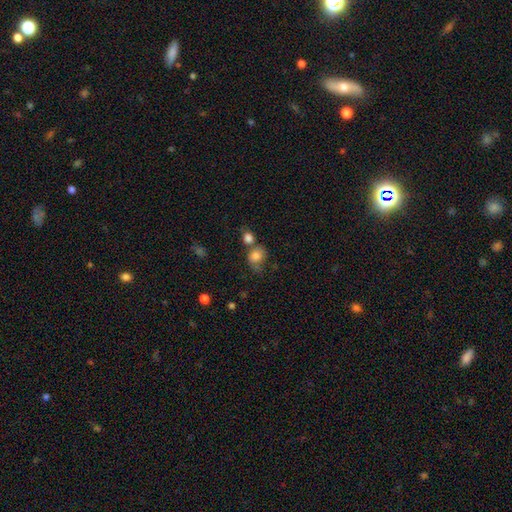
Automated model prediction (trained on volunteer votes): A smooth galaxy with no disk features (81%) that is round (64%). Merging: none (40%).